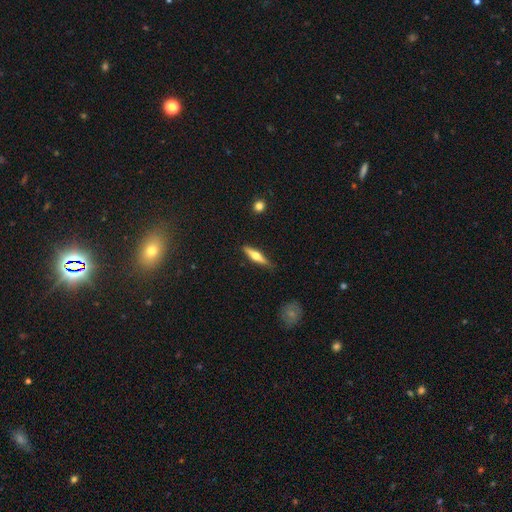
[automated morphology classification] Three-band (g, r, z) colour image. It shows a featured or disk galaxy (60%) viewed edge-on (96%) with a rounded central bulge (94%). Merging: none (86%).